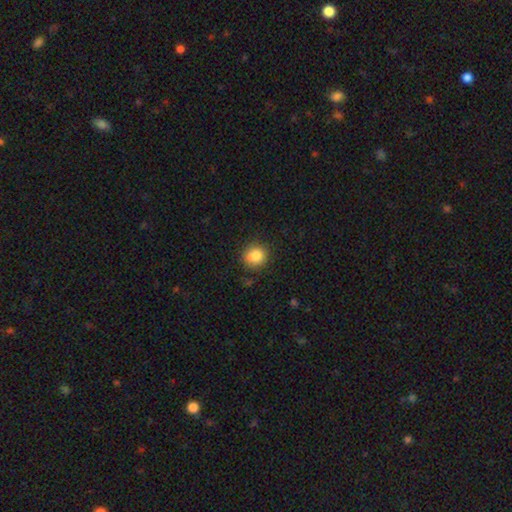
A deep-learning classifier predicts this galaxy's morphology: A smooth galaxy with no disk features (84%) that is round (88%).

Vote fractions:
- Smooth or featured? smooth: 84% / star or artifact: 10% / featured or disk: 6%
- How rounded? round: 88% / in between: 11% / cigar-shaped: 1%
- Merging? none: 84% / minor disturbance: 12% / major disturbance: 3% / merger: 2%